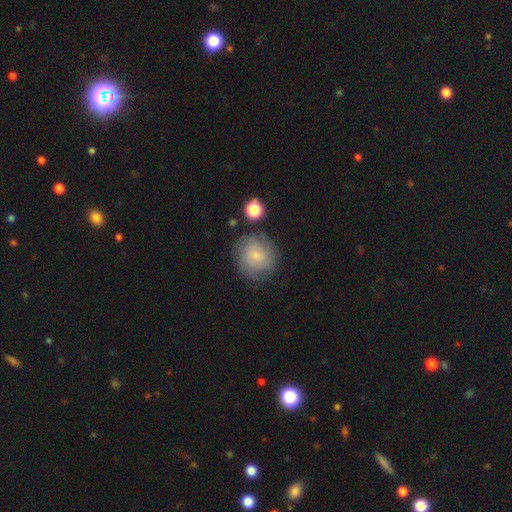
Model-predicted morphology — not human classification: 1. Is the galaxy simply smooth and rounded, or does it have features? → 62% smooth, 29% featured or disk, 9% star or artifact.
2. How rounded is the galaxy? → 87% round, 12% in between, 1% cigar-shaped.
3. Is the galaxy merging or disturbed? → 71% none, 18% minor disturbance, 7% major disturbance, 4% merger.